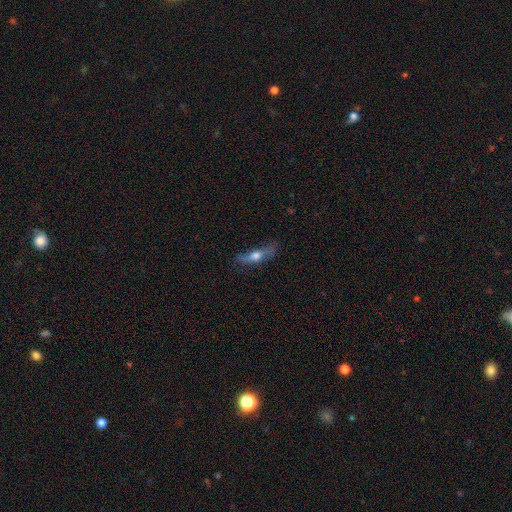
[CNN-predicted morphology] A smooth galaxy with no disk features (47%). Merging: none (59%).